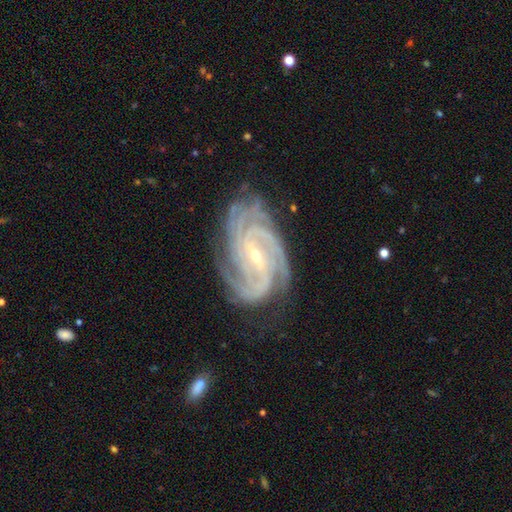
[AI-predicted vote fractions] Smooth or featured: featured or disk — 93% (star or artifact — 4%)
Edge-on disk: no — 97% (yes — 3%)
Bar: weak — 43% (strong — 39%)
Spiral arms: yes — 99% (no — 1%)
Spiral winding: tight — 68% (medium — 28%)
Spiral arm count: 4 — 36% (3 — 24%)
Bulge size: small — 75% (moderate — 23%)
Merging: none — 75% (minor disturbance — 18%)